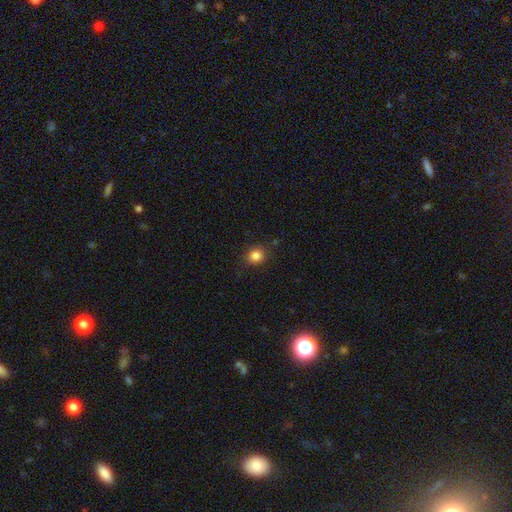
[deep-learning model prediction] Smooth or featured? smooth (84%)
How rounded? round (69%)
Merging? none (82%)